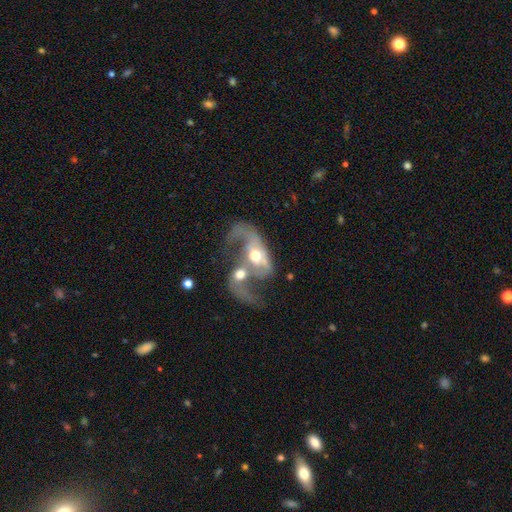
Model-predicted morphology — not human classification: Q: Smooth or featured?
A: featured or disk (68%); runner-up: smooth (25%)
Q: Edge-on disk?
A: no (95%); runner-up: yes (5%)
Q: Bar?
A: no (70%); runner-up: weak (24%)
Q: Spiral arms?
A: yes (67%); runner-up: no (33%)
Q: Bulge size?
A: moderate (68%); runner-up: large (17%)
Q: Merging?
A: merger (73%); runner-up: major disturbance (16%)